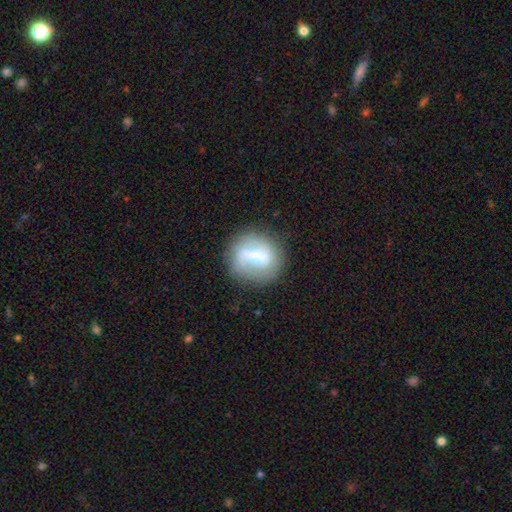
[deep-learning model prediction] Morphology: type=featured or disk (48%); merging=none (67%).